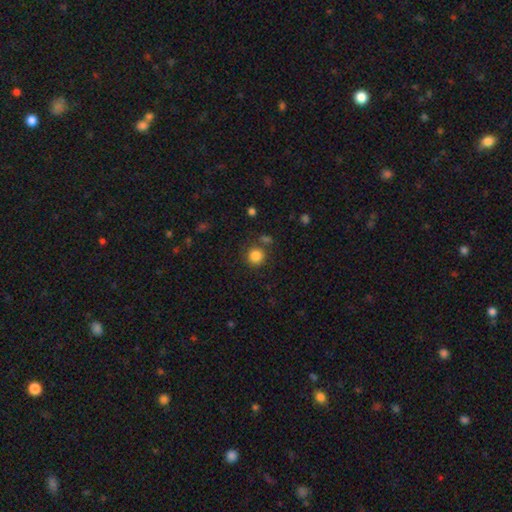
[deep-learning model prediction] A smooth galaxy with no disk features (84%) that is round (93%). Merging: none (79%).